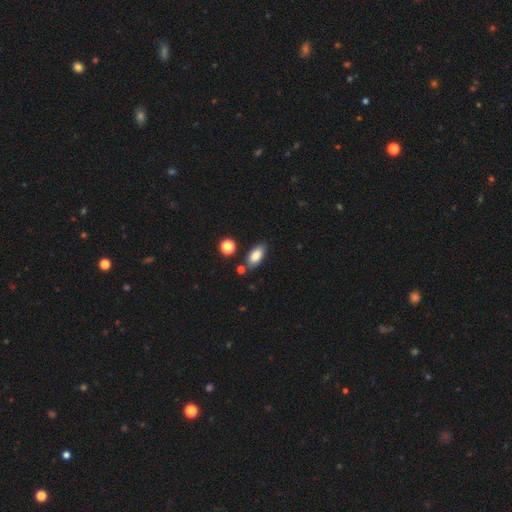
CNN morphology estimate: smooth_or_featured: smooth (p=0.83) [alt: featured or disk p=0.09]
how_rounded: in between (p=0.87) [alt: cigar-shaped p=0.08]
merging: none (p=0.76) [alt: minor disturbance p=0.14]